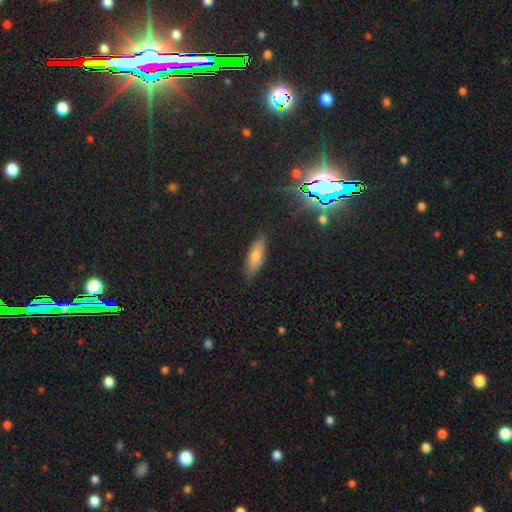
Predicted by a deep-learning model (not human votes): This appears to be a smooth galaxy with no disk features (63%) that is in between round and cigar-shaped (55%). Merging: none (82%).